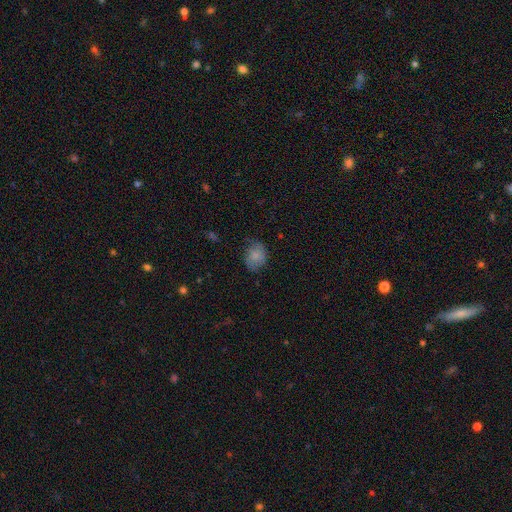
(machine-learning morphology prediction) Q: Smooth or featured?
A: smooth (74%); runner-up: featured or disk (18%)
Q: How rounded?
A: in between (53%); runner-up: round (46%)
Q: Merging?
A: none (60%); runner-up: minor disturbance (29%)